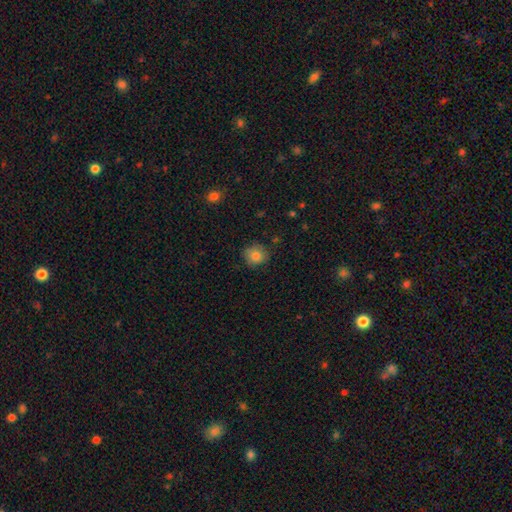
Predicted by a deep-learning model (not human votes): This appears to be a smooth galaxy with no disk features (83%) that is round (86%). Merging: none (83%).